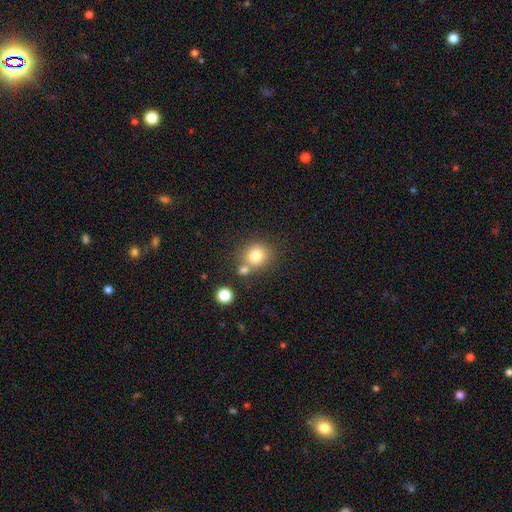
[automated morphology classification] smooth 79%, star or artifact 12%, featured or disk 10%. Down the decision tree: how rounded — round (85%); merging — none (62%).